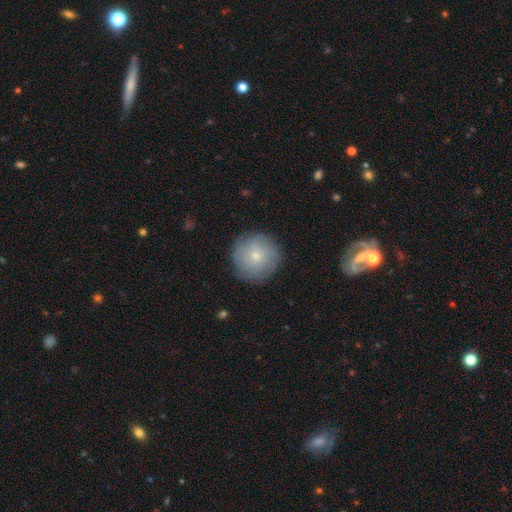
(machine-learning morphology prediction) The model was most divided on "smooth or featured": smooth: 68%, featured or disk: 24%, star or artifact: 8%. More confident: how rounded — round (95%); merging — none (86%).